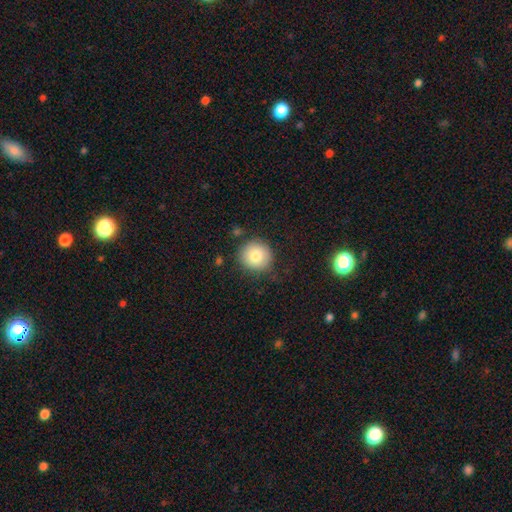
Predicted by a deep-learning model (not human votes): Morphology: type=smooth (80%); roundness=round (93%); merging=none (82%).